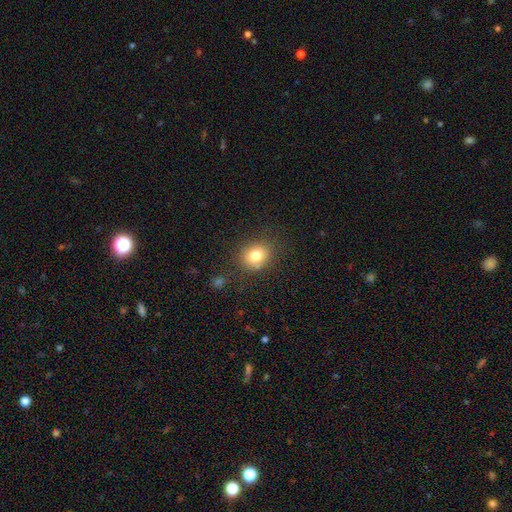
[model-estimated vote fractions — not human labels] Smooth or featured?
  - smooth: 79% *
  - star or artifact: 12%
  - featured or disk: 9%
How rounded?
  - round: 60% *
  - in between: 39%
  - cigar-shaped: 1%
Merging?
  - none: 79% *
  - minor disturbance: 13%
  - major disturbance: 4%
  - merger: 4%